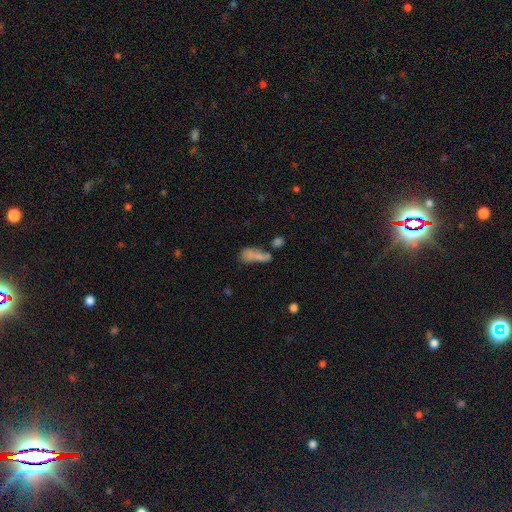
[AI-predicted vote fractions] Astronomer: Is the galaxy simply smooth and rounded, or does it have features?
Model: smooth — 66%.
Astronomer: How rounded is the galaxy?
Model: in between — 68%.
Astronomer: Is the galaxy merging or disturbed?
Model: merger — 38% (runner-up: none, 27%).